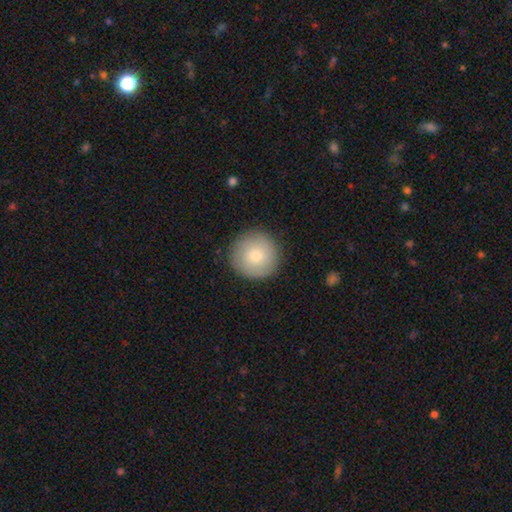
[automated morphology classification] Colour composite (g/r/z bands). It shows a smooth galaxy with no disk features (75%) that is round (96%). Merging: none (90%).